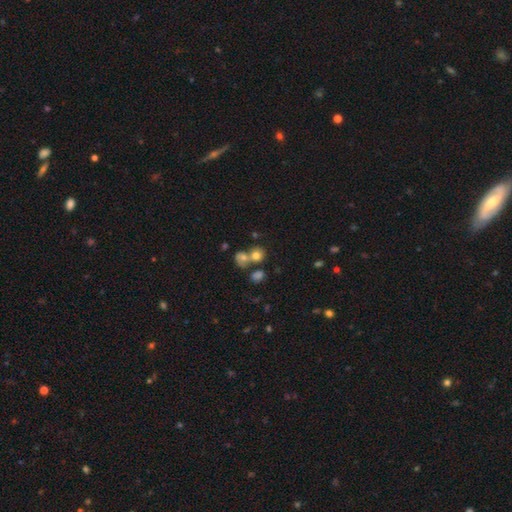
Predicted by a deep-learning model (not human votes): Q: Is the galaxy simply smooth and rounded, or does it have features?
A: smooth — 72%.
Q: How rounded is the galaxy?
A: round — 73%.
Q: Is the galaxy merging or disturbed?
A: merger — 43%, tied with none.